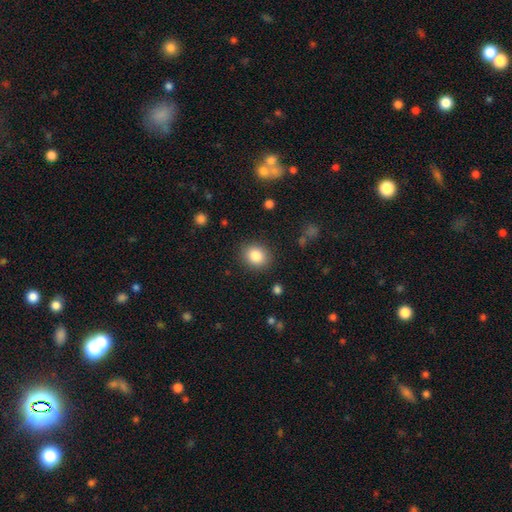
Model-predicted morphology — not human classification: A smooth galaxy with no disk features (84%) that is round (65%). Merging: none (87%).